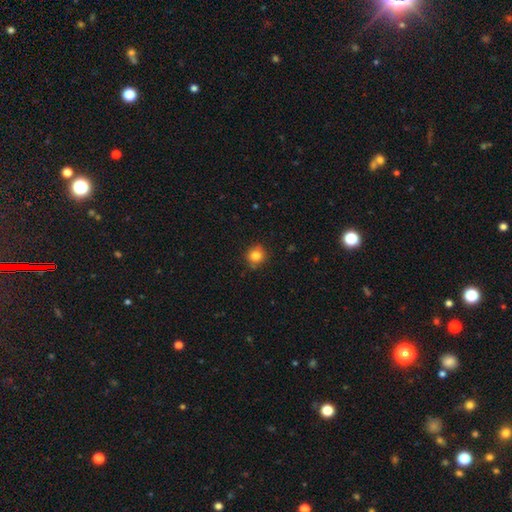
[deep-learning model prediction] This appears to be a smooth galaxy with no disk features (83%) that is round (89%). Merging: none (86%).